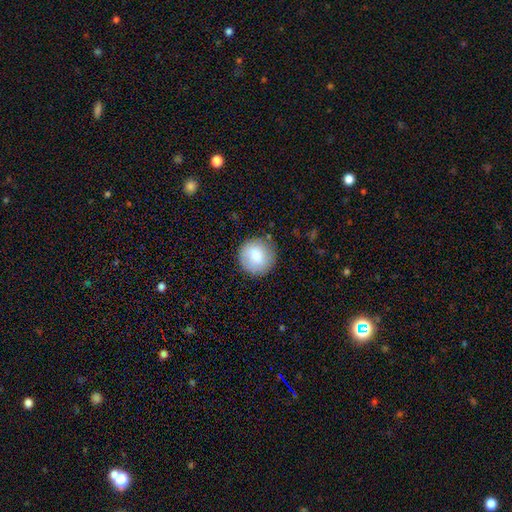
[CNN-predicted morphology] Overall: smooth (82%). How rounded: round (93%). Merging: none (84%).